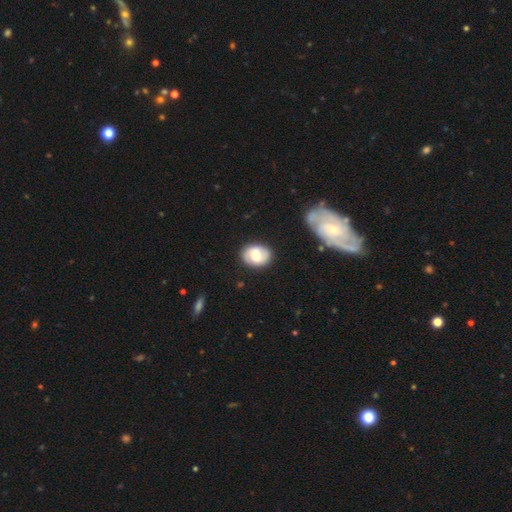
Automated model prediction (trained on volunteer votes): Morphology: type=smooth (53%); roundness=in between (59%); merging=none (85%).